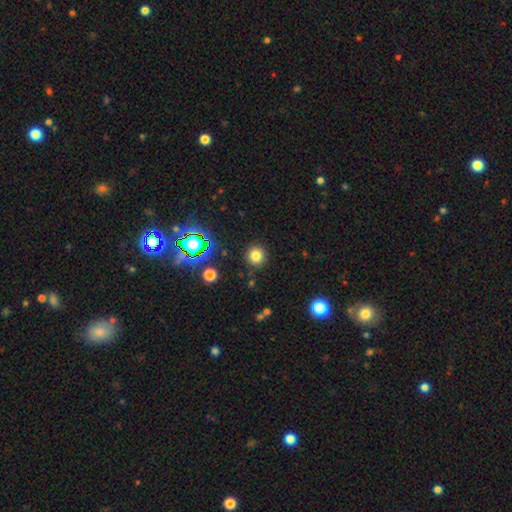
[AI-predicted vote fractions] smooth_or_featured: smooth (p=0.77) [alt: star or artifact p=0.17]
how_rounded: round (p=0.93) [alt: in between p=0.06]
merging: none (p=0.90) [alt: minor disturbance p=0.06]